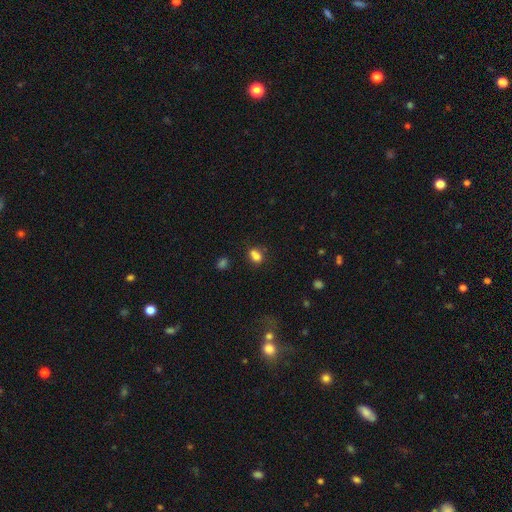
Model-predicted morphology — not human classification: Smooth or featured? smooth (76%)
How rounded? in between (63%)
Merging? none (45%)